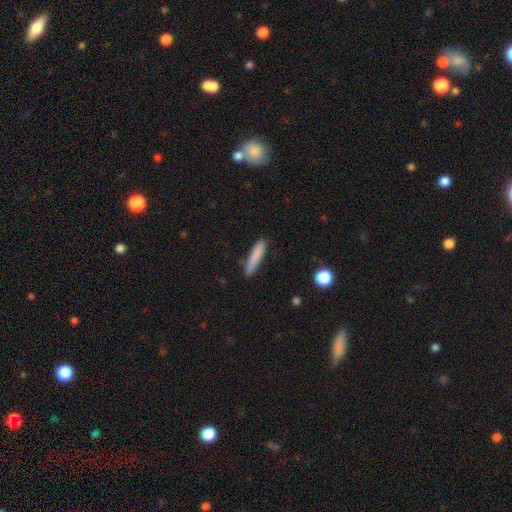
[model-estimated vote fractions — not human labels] Morphology: type=smooth (82%); roundness=cigar-shaped (92%); merging=none (85%).